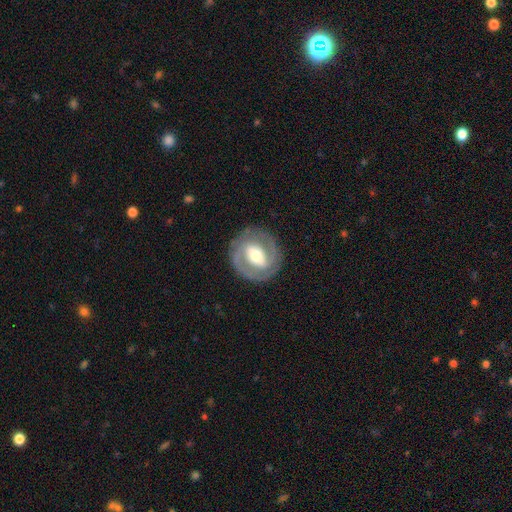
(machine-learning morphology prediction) smooth_or_featured: featured or disk (p=0.80) [alt: smooth p=0.16]
disk_edge_on: no (p=0.96) [alt: yes p=0.04]
bar: strong (p=0.42) [alt: weak p=0.38]
has_spiral_arms: yes (p=0.85) [alt: no p=0.15]
spiral_winding: tight (p=0.54) [alt: medium p=0.37]
spiral_arm_count: 2 (p=0.84) [alt: can't tell p=0.08]
bulge_size: moderate (p=0.62) [alt: small p=0.21]
merging: none (p=0.85) [alt: minor disturbance p=0.10]